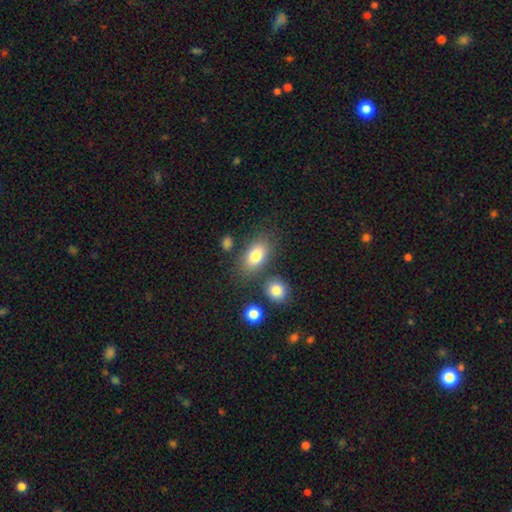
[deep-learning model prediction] Overall: smooth (80%). How rounded: in between (86%). Merging: none (72%).